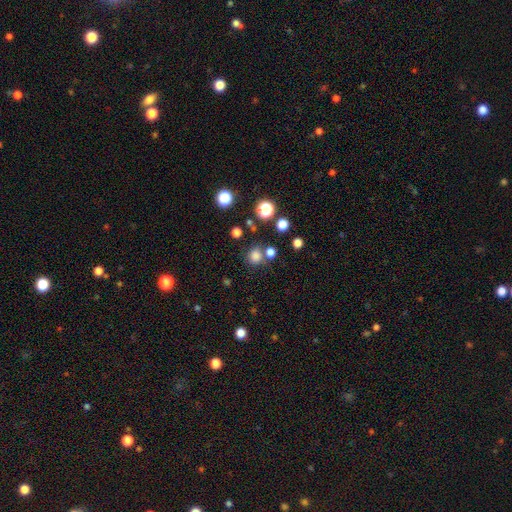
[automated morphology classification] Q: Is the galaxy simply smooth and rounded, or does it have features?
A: smooth — 77%.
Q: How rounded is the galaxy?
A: round — 87%.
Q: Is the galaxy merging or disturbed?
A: none — 72%.